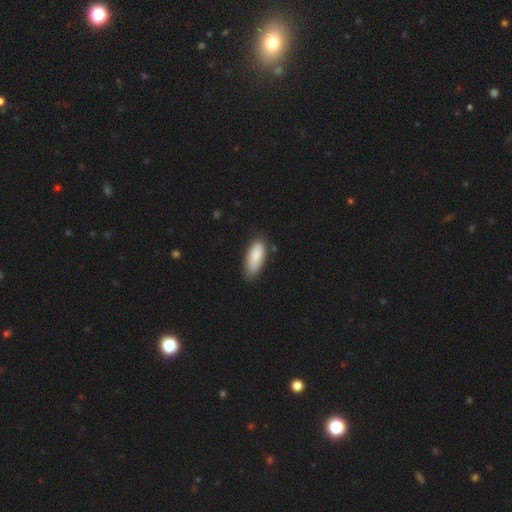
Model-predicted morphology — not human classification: This is clearly a smooth galaxy (85%). How rounded: clearly in between (80%). Merging: likely none (74%).